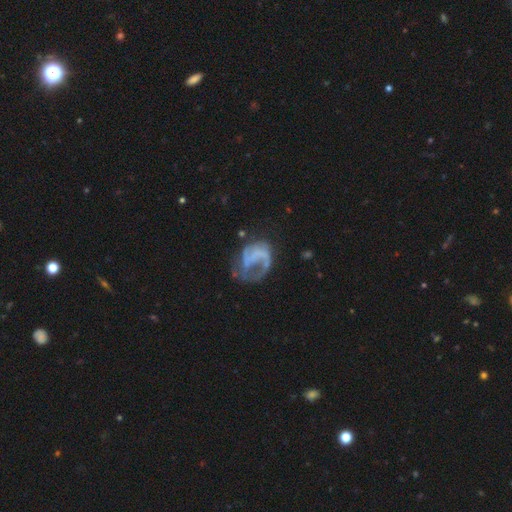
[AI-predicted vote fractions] This is likely a featured or disk galaxy (69%). It is clearly not viewed edge-on (98%). Bar: likely no (66%). Spiral arm pattern: likely yes (64%). Central bulge: likely none (76%). Merging: marginally major disturbance (43%).